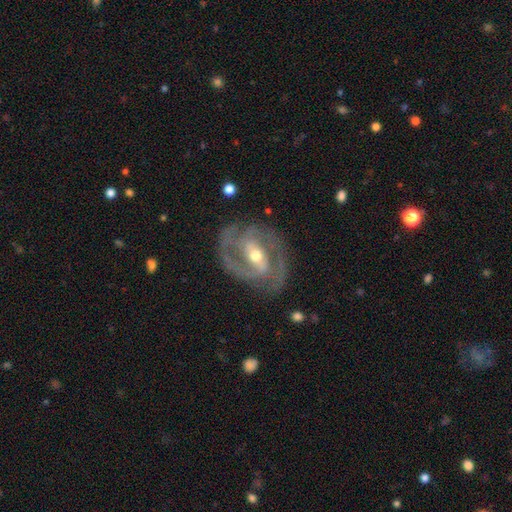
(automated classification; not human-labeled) A featured or disk galaxy (90%) with a strong bar (42%), 2 (70%) medium (50%) spiral arms (96%) and a moderate central bulge (62%).

Vote fractions:
- Smooth or featured? featured or disk: 90% / smooth: 6% / star or artifact: 4%
- Edge-on disk? no: 97% / yes: 3%
- Bar? strong: 42% / weak: 40% / no: 18%
- Spiral arms? yes: 96% / no: 4%
- Spiral winding? medium: 50% / tight: 40% / loose: 10%
- Spiral arm count? 2: 70% / 3: 15% / can't tell: 7% / 1: 3% / 4: 3% / more than 4: 2%
- Bulge size? moderate: 62% / small: 33% / large: 3% / none: 1% / dominant: 1%
- Merging? none: 75% / minor disturbance: 16% / major disturbance: 7% / merger: 2%